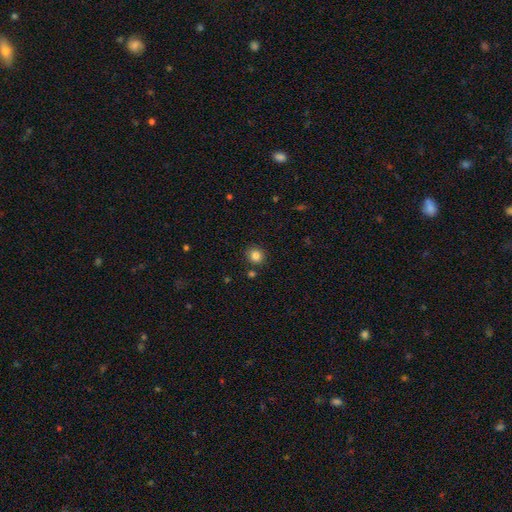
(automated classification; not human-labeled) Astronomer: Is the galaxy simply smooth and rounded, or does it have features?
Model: smooth — 84%.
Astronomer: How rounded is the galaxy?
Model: round — 87%.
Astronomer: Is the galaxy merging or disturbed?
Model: none — 86%.